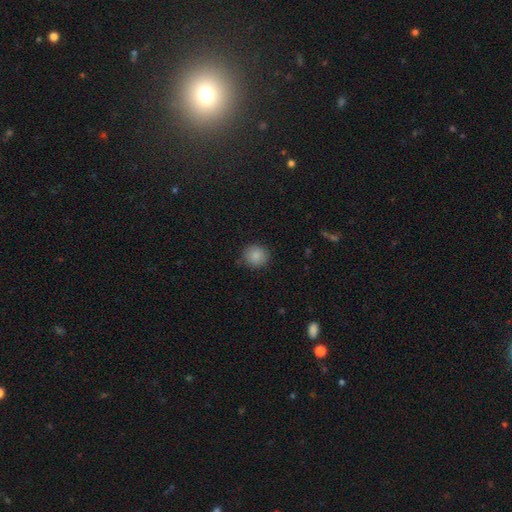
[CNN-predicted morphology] Overall: smooth (87%). How rounded: round (89%). Merging: none (84%).